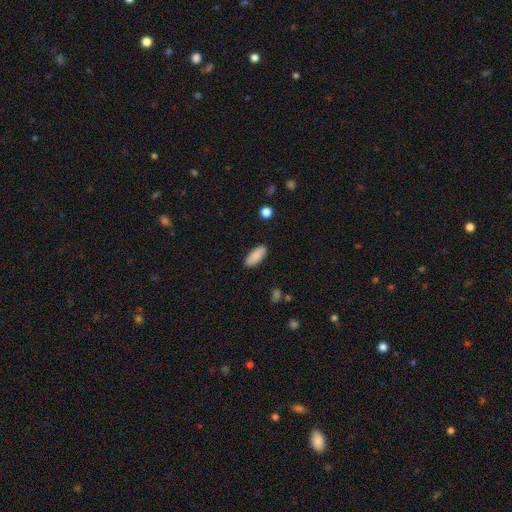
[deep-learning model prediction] Smooth or featured? smooth (87%)
How rounded? in between (84%)
Merging? none (87%)